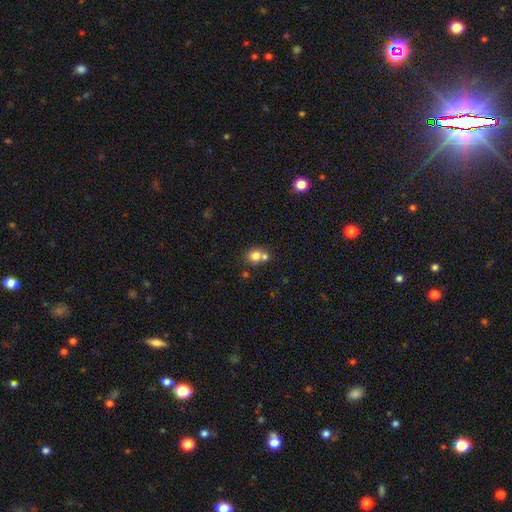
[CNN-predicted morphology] smooth_or_featured: smooth (p=0.76) [alt: featured or disk p=0.13]
how_rounded: round (p=0.72) [alt: in between p=0.27]
merging: merger (p=0.46) [alt: none p=0.43]